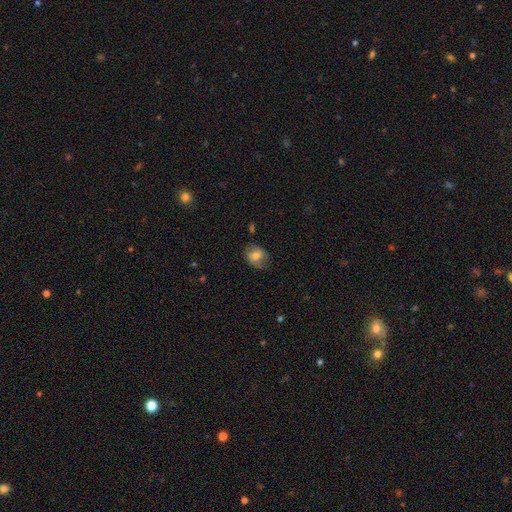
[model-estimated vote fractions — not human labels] This appears to be a smooth galaxy with no disk features (62%) that is in between round and cigar-shaped (53%). Merging: none (65%).